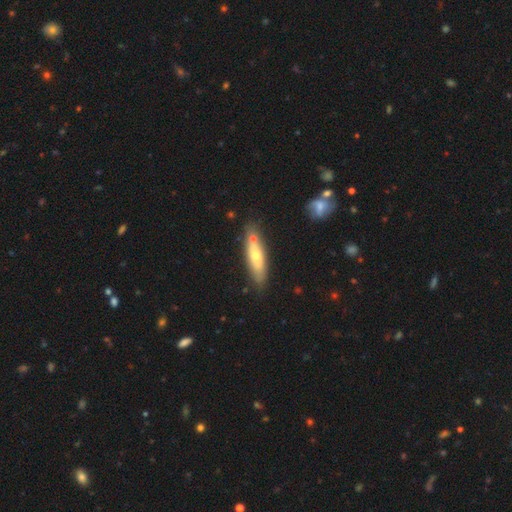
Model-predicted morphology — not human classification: Overall: smooth (56%; featured or disk 38%). How rounded: cigar-shaped (65%; in between 33%). Merging: none (74%).